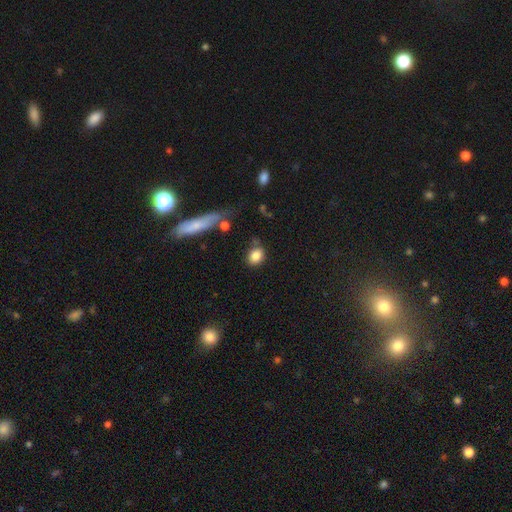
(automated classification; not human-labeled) Morphology: type=smooth (84%); roundness=round (51%); merging=none (68%).